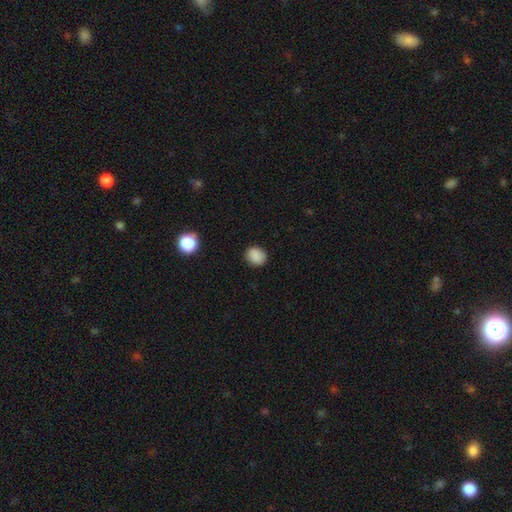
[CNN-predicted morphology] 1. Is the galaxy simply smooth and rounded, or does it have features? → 87% smooth, 10% star or artifact, 4% featured or disk.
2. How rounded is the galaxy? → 66% round, 33% in between, 1% cigar-shaped.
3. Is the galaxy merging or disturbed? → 87% none, 10% minor disturbance, 3% major disturbance, 1% merger.